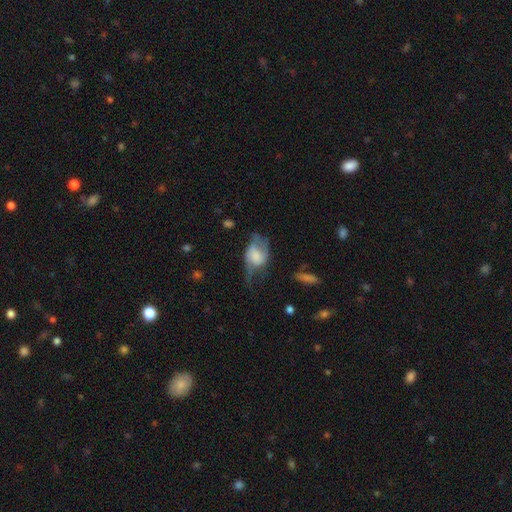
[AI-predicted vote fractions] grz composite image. It shows a featured or disk galaxy (53%). Merging: major disturbance (39%).